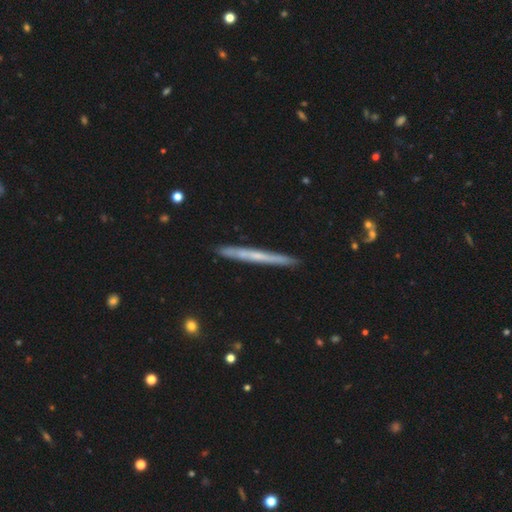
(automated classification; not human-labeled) smooth-or-featured: featured or disk: 55% | smooth: 39% | star or artifact: 6%
  disk-edge-on: yes: 95% | no: 5%
    edge-on-bulge: none: 76% | rounded: 20% | boxy: 4%
  merging: none: 89% | minor disturbance: 8% | merger: 1% | major disturbance: 1%